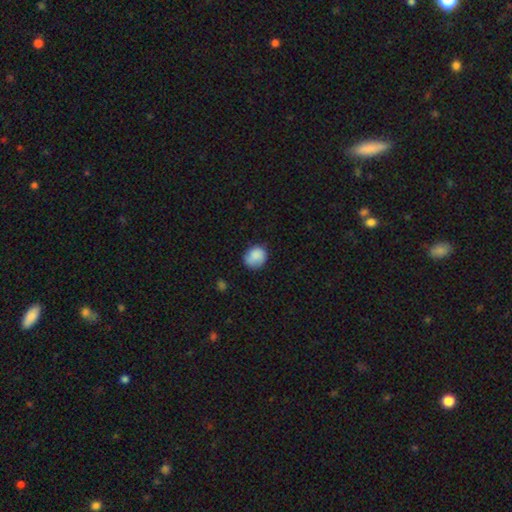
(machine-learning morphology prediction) The model was most divided on "how rounded": round: 72%, in between: 27%, cigar-shaped: 1%. More confident: smooth or featured — smooth (85%); merging — none (74%).